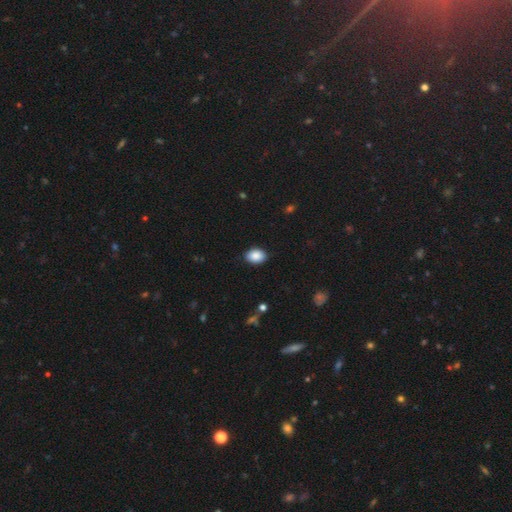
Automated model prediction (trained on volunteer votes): The model was most divided on "how rounded": in between: 79%, round: 20%, cigar-shaped: 1%. More confident: smooth or featured — smooth (89%); merging — none (88%).